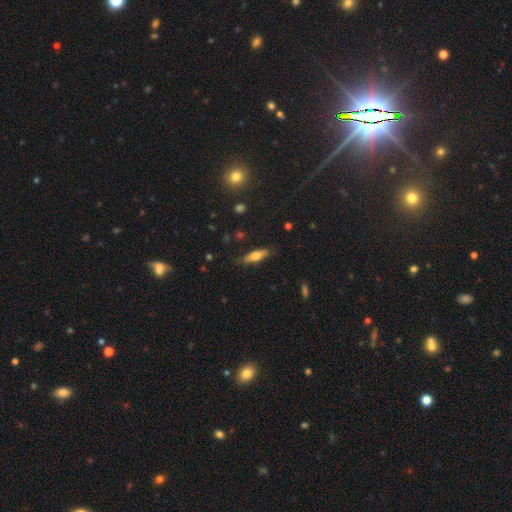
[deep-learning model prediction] smooth 63%, featured or disk 29%, star or artifact 8%. Down the decision tree: how rounded — cigar-shaped (56%); merging — none (79%).